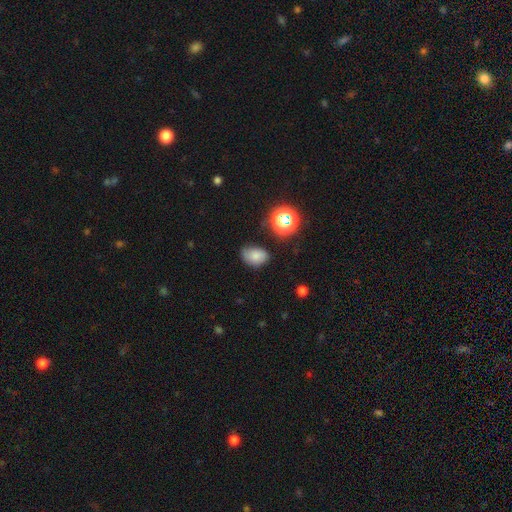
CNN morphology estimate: Q: Smooth or featured?
A: smooth (73%); runner-up: star or artifact (15%)
Q: How rounded?
A: in between (79%); runner-up: round (20%)
Q: Merging?
A: none (61%); runner-up: minor disturbance (29%)